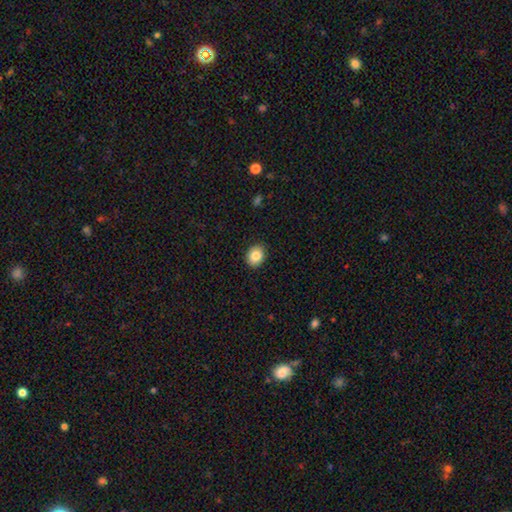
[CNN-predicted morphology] smooth 84%, star or artifact 9%, featured or disk 7%. Down the decision tree: how rounded — round (55%); merging — none (91%).